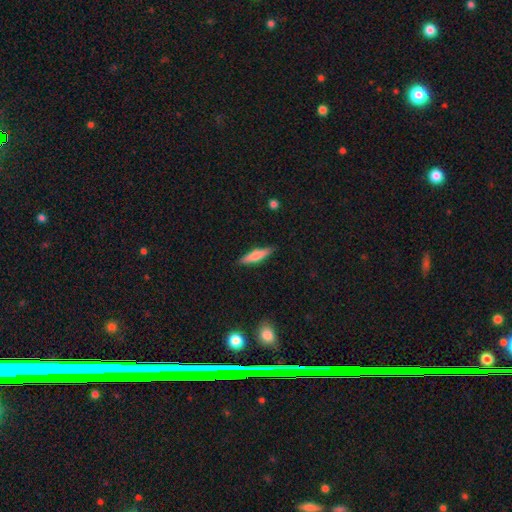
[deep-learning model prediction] Smooth or featured?
  - smooth: 66% *
  - featured or disk: 28%
  - star or artifact: 6%
How rounded?
  - cigar-shaped: 81% *
  - in between: 18%
  - round: 2%
Merging?
  - none: 88% *
  - minor disturbance: 9%
  - major disturbance: 2%
  - merger: 1%